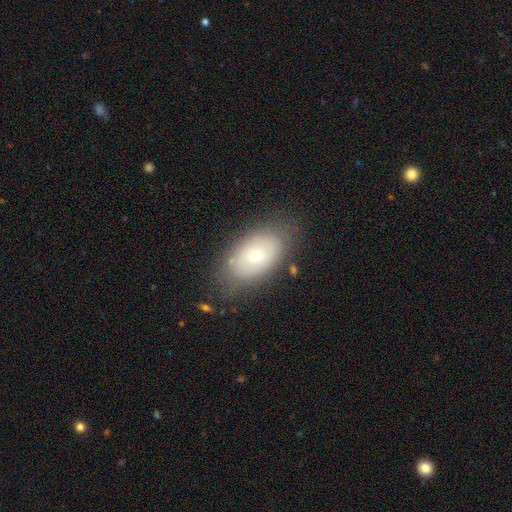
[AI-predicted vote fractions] This is likely a smooth galaxy (63%). How rounded: clearly in between (89%). Merging: likely none (76%).